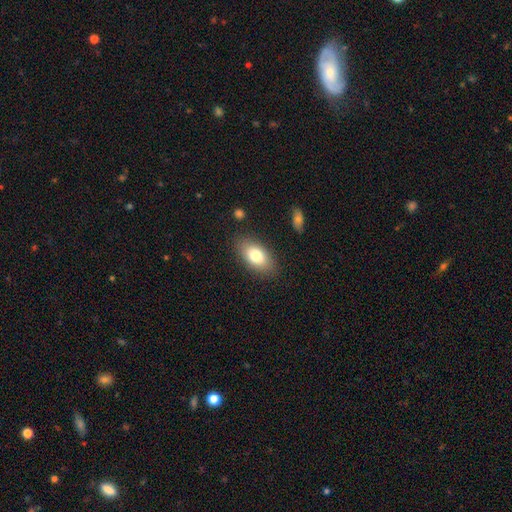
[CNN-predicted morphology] type=smooth (78%); roundness=in between (91%); merging=none (84%).